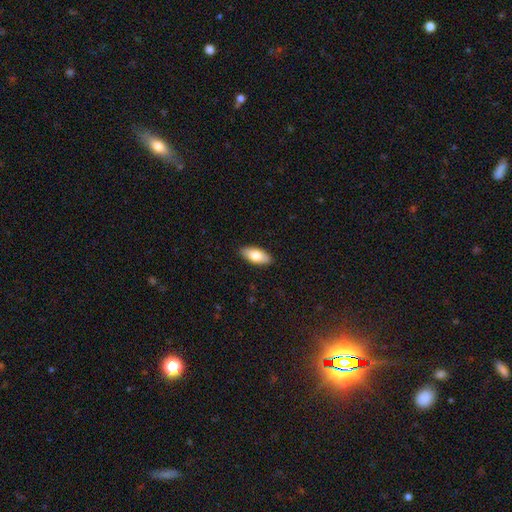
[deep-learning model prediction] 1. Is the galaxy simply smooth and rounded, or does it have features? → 78% smooth, 16% featured or disk, 6% star or artifact.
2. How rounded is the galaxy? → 87% in between, 11% cigar-shaped, 2% round.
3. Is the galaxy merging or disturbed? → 90% none, 8% minor disturbance, 2% major disturbance, 1% merger.